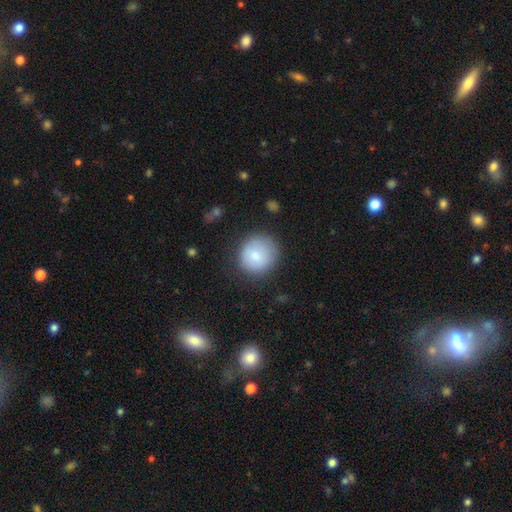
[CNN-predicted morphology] Overall: smooth (81%). How rounded: round (91%). Merging: none (78%).